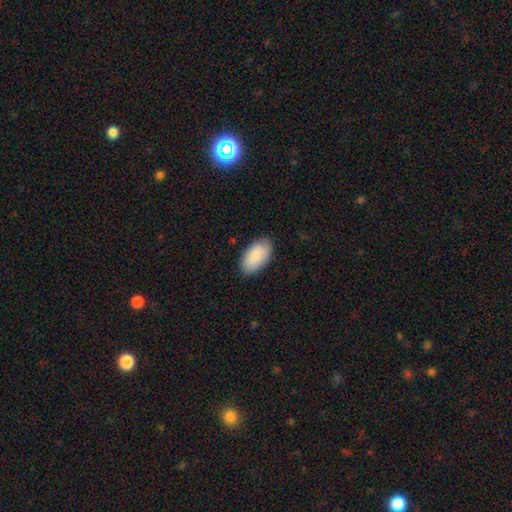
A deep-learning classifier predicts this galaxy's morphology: This appears to be a smooth galaxy with no disk features (88%) that is in between round and cigar-shaped (96%). Merging: none (85%).